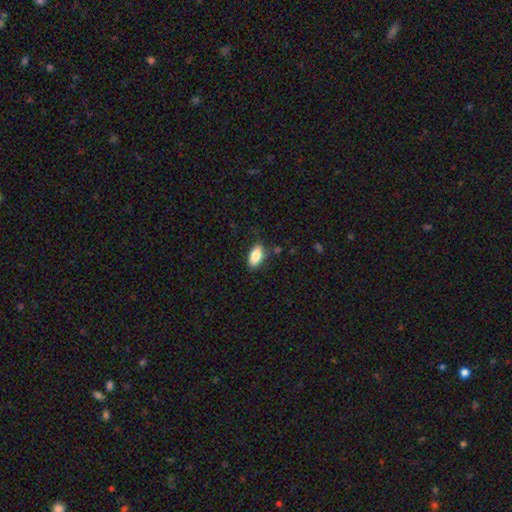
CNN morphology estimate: The model was most divided on "merging": none: 79%, minor disturbance: 15%, major disturbance: 3%, merger: 3%. More confident: how rounded — in between (90%); smooth or featured — smooth (84%).